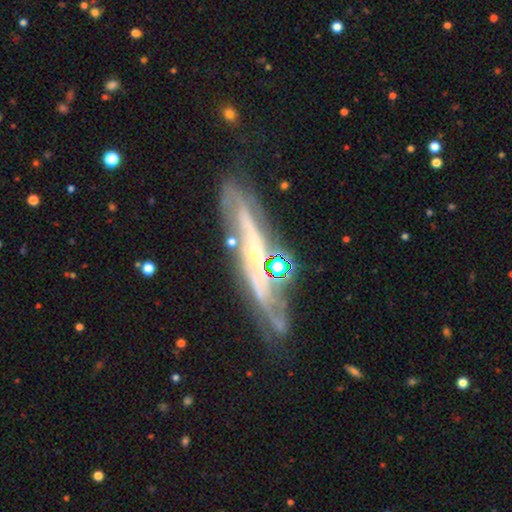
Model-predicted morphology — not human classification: Smooth or featured: featured or disk — 78% (smooth — 13%)
Edge-on disk: no — 51% (yes — 49%)
Merging: none — 63% (minor disturbance — 21%)